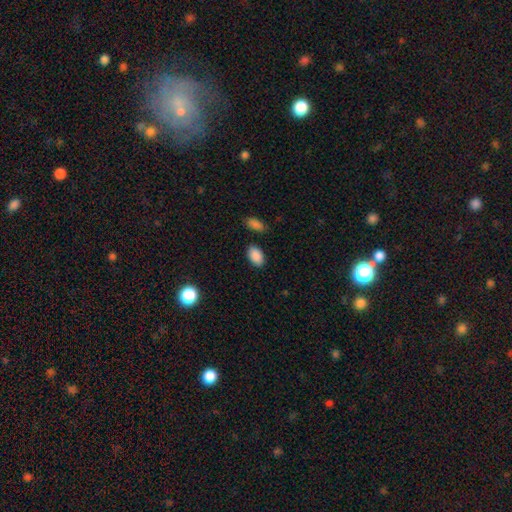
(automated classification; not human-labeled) Q: Smooth or featured?
A: smooth (89%); runner-up: star or artifact (7%)
Q: How rounded?
A: in between (90%); runner-up: round (9%)
Q: Merging?
A: none (84%); runner-up: minor disturbance (10%)